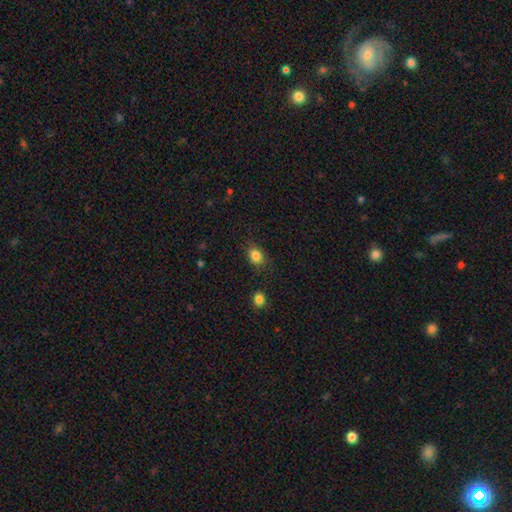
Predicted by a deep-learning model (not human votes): Smooth or featured? Predicted: smooth (p=0.84). How rounded? Predicted: in between (p=0.53). Merging? Predicted: none (p=0.77).